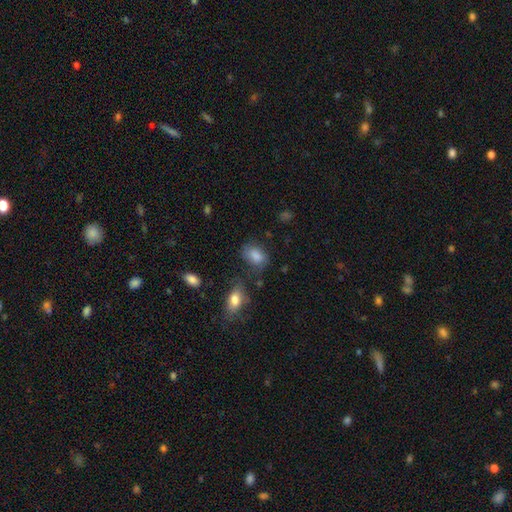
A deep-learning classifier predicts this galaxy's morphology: Smooth or featured?
  - smooth: 84% *
  - star or artifact: 8%
  - featured or disk: 8%
How rounded?
  - in between: 84% *
  - round: 14%
  - cigar-shaped: 2%
Merging?
  - none: 62% *
  - minor disturbance: 23%
  - major disturbance: 8%
  - merger: 7%